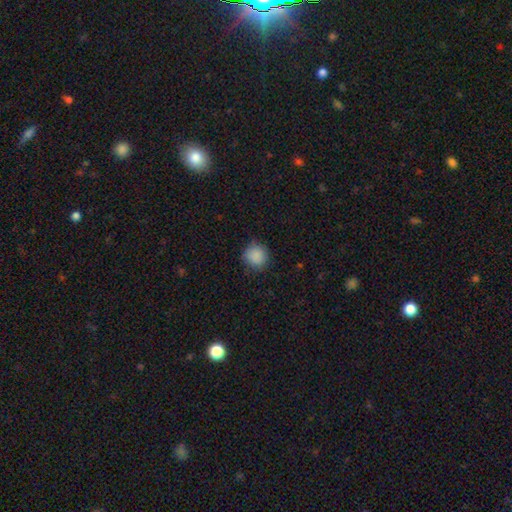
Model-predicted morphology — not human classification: smooth-or-featured: smooth: 88% | star or artifact: 8% | featured or disk: 4%
  how-rounded: round: 90% | in between: 9% | cigar-shaped: 1%
  merging: none: 80% | minor disturbance: 15% | major disturbance: 4% | merger: 1%